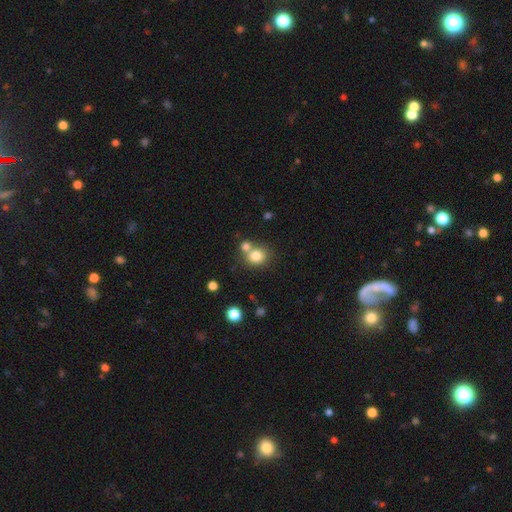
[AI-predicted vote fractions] This is clearly a smooth galaxy (80%). How rounded: likely round (79%). Merging: possibly none (54%).